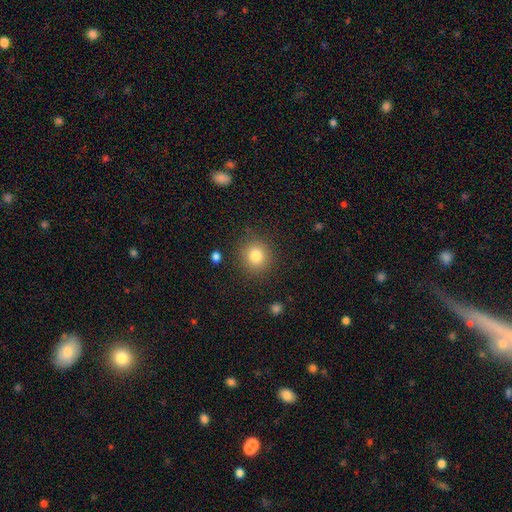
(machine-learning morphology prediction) Smooth or featured: smooth — 82% (star or artifact — 11%)
How rounded: round — 89% (in between — 10%)
Merging: none — 87% (minor disturbance — 8%)